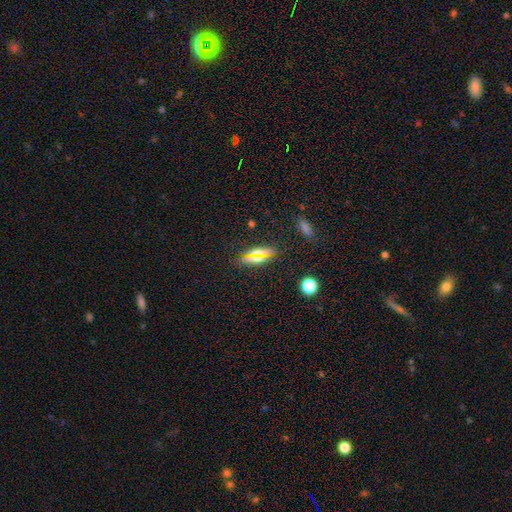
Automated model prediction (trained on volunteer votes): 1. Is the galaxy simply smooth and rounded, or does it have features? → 48% smooth, 32% star or artifact, 20% featured or disk.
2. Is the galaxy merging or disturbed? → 86% none, 9% minor disturbance, 3% major disturbance, 3% merger.